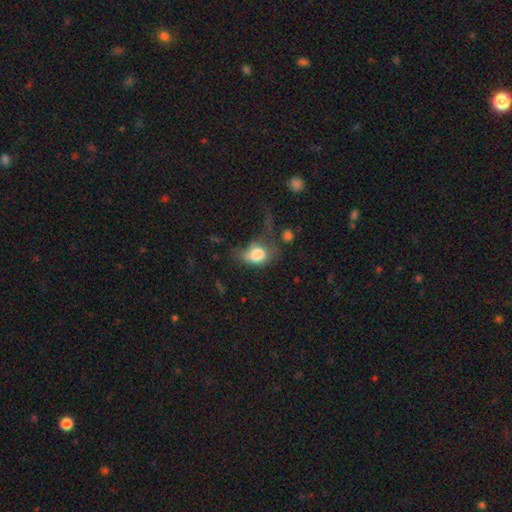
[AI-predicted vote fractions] This is likely a smooth galaxy (71%). How rounded: likely in between (73%). Merging: possibly major disturbance (45%).